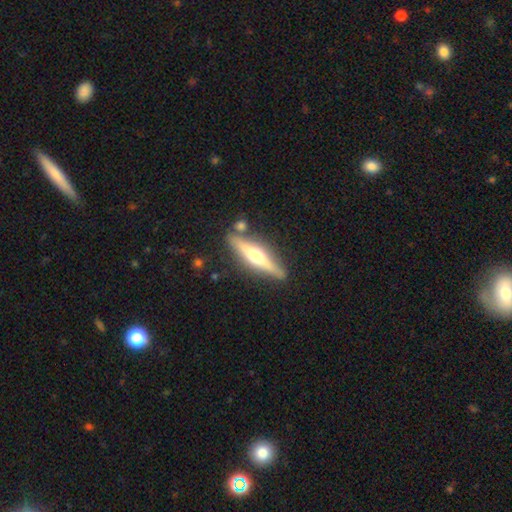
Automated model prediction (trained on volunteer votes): This appears to be a featured or disk galaxy (67%) viewed edge-on (95%) with a rounded central bulge (93%). Merging: none (82%).